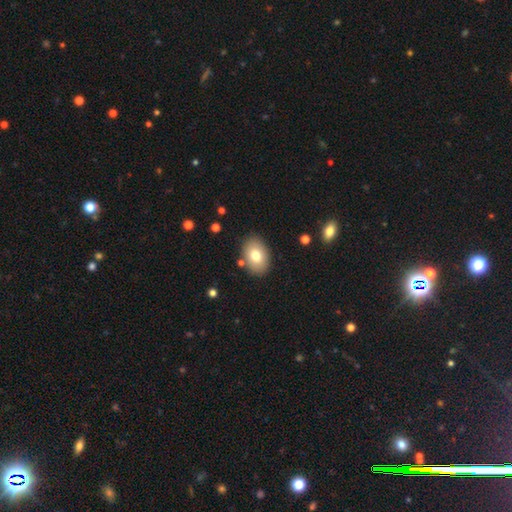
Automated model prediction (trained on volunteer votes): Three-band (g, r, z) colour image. It shows a smooth galaxy with no disk features (76%) that is in between round and cigar-shaped (80%). Merging: none (85%).